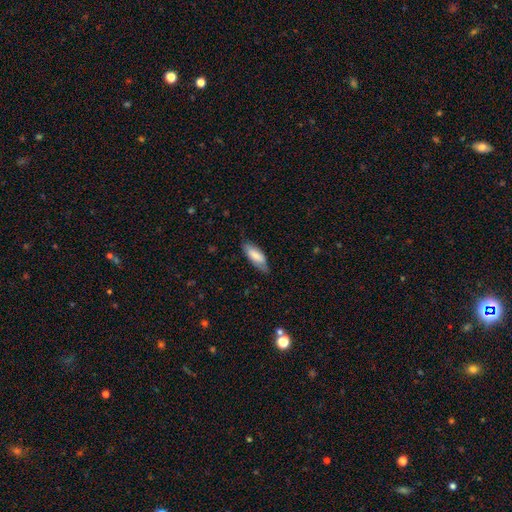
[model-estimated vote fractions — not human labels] Smooth or featured?
  - smooth: 74% *
  - featured or disk: 21%
  - star or artifact: 6%
How rounded?
  - in between: 70% *
  - cigar-shaped: 29%
  - round: 2%
Merging?
  - none: 73% *
  - minor disturbance: 22%
  - major disturbance: 4%
  - merger: 1%